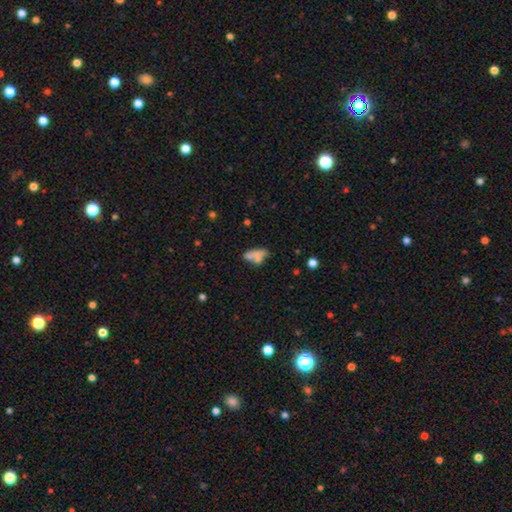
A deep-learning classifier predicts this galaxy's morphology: Smooth or featured? Predicted: smooth (p=0.65). How rounded? Predicted: in between (p=0.79). Merging? Predicted: none (p=0.38).